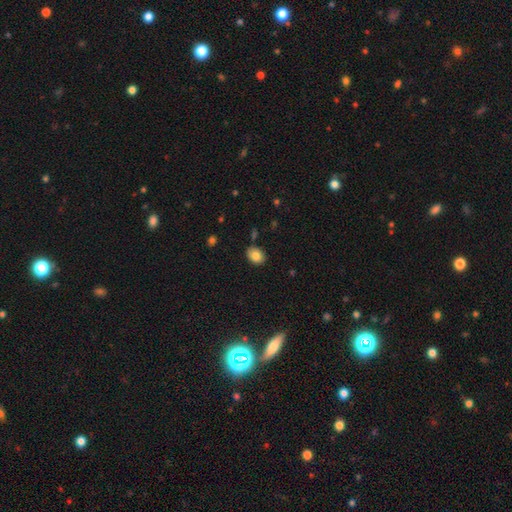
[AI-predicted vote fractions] A smooth galaxy with no disk features (83%) that is in between round and cigar-shaped (64%). Merging: none (84%).